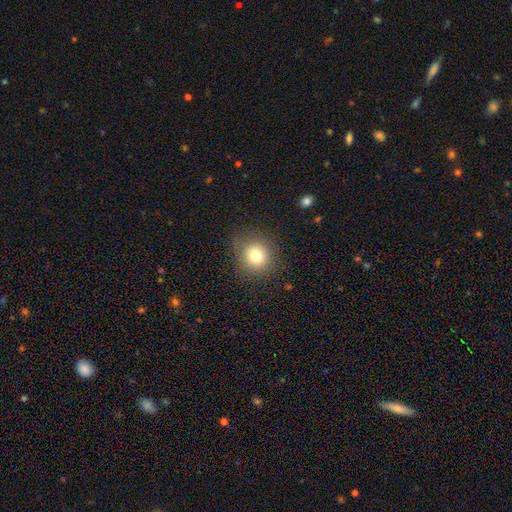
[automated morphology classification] smooth-or-featured: smooth: 78% | star or artifact: 13% | featured or disk: 9%
  how-rounded: round: 87% | in between: 12% | cigar-shaped: 1%
  merging: none: 86% | minor disturbance: 9% | major disturbance: 4% | merger: 1%